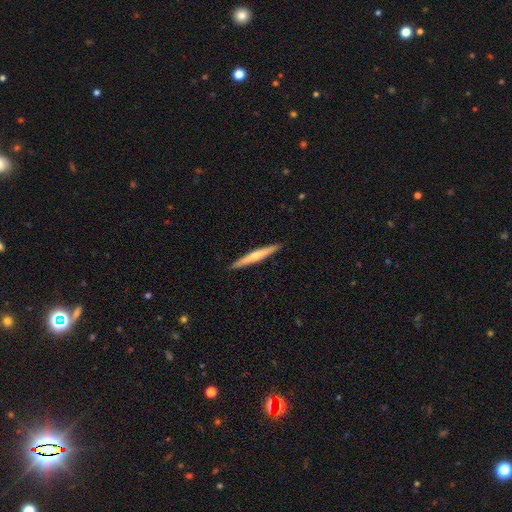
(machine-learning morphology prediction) smooth-or-featured: featured or disk: 57% | smooth: 38% | star or artifact: 5%
  disk-edge-on: yes: 97% | no: 3%
    edge-on-bulge: rounded: 74% | none: 22% | boxy: 5%
  merging: none: 91% | minor disturbance: 6% | major disturbance: 1% | merger: 1%